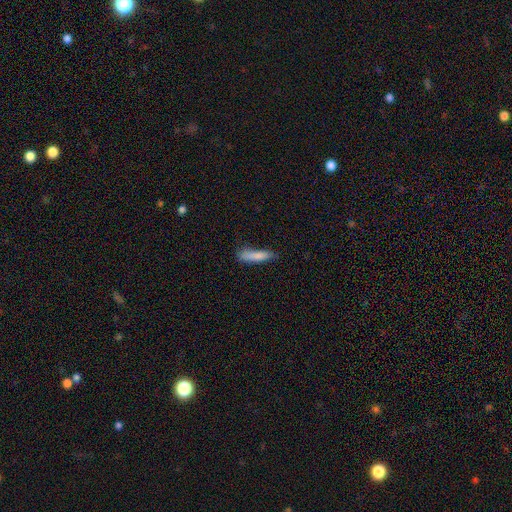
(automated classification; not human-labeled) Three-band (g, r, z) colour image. It shows a smooth galaxy with no disk features (82%) that is cigar-shaped (81%). Merging: none (69%).